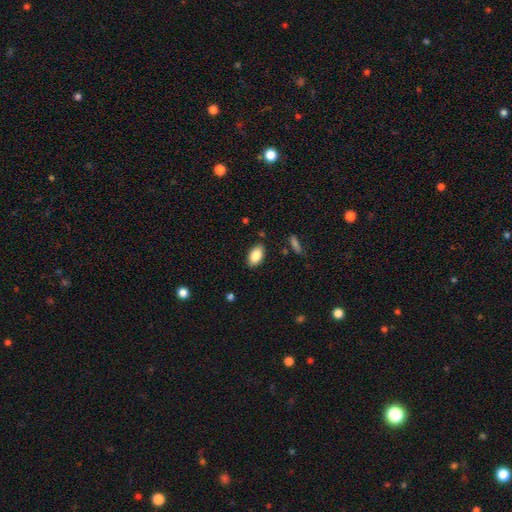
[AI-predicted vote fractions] A smooth galaxy with no disk features (85%) that is in between round and cigar-shaped (93%).

Vote fractions:
- Smooth or featured? smooth: 85% / featured or disk: 8% / star or artifact: 7%
- How rounded? in between: 93% / round: 4% / cigar-shaped: 3%
- Merging? none: 86% / minor disturbance: 10% / major disturbance: 2% / merger: 2%